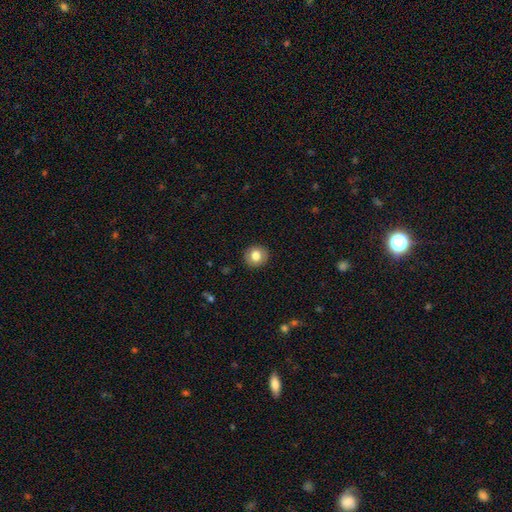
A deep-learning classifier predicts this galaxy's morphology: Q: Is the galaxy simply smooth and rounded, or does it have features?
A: smooth — 81%.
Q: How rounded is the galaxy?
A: round — 88%.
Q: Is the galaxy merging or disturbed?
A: none — 92%.